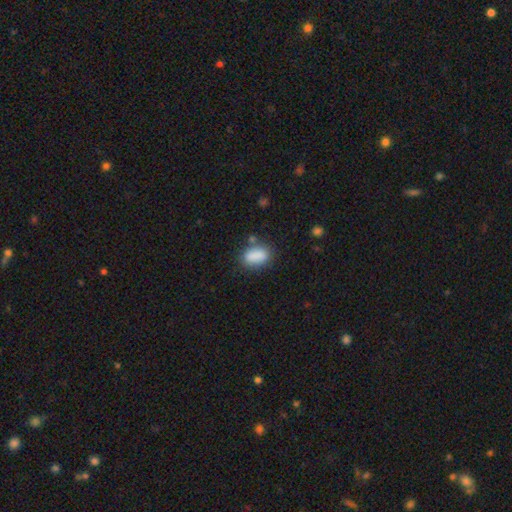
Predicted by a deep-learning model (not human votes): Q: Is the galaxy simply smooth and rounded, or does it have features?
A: smooth — 86%.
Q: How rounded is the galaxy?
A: in between — 87%.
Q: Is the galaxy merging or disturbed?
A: none — 72%.